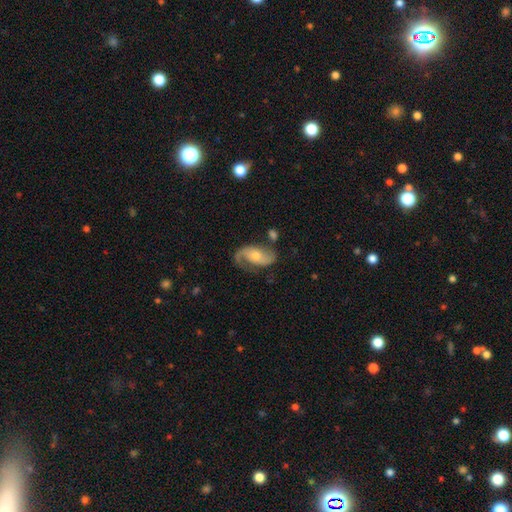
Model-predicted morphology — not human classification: The model was most divided on "spiral winding": loose: 52%, medium: 36%, tight: 12%. More confident: edge-on disk — no (96%); spiral arms — yes (93%); spiral arm count — 2 (79%); smooth or featured — featured or disk (76%); bar — no (58%); merging — none (58%); bulge size — moderate (52%).